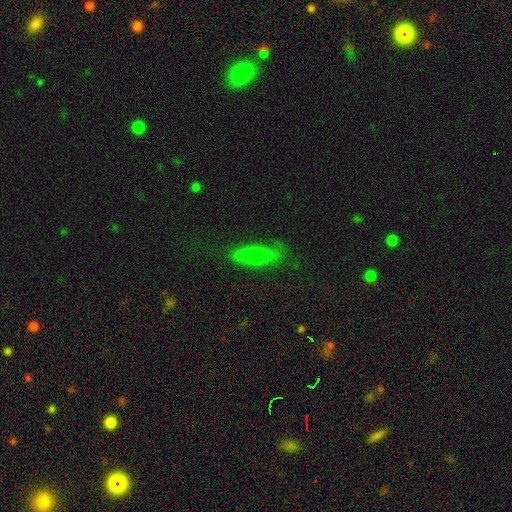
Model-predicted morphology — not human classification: Smooth or featured: smooth — 63% (featured or disk — 26%)
How rounded: cigar-shaped — 61% (in between — 35%)
Merging: none — 75% (minor disturbance — 18%)